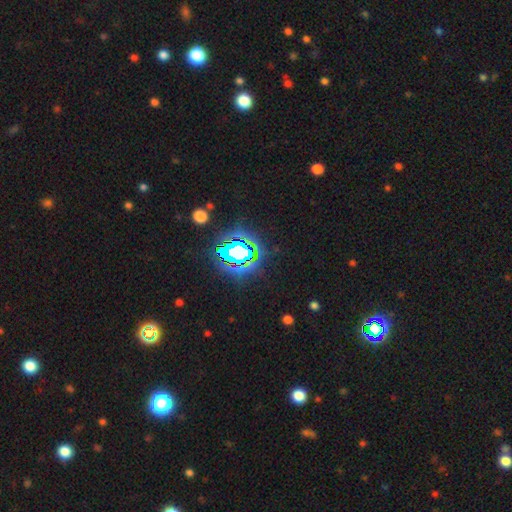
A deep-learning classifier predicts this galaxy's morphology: Smooth or featured? Predicted: star or artifact (p=0.83).